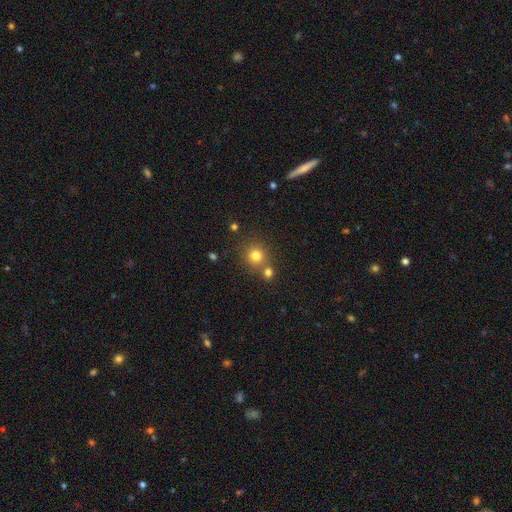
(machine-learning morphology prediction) smooth-or-featured: smooth: 78% | star or artifact: 14% | featured or disk: 7%
  how-rounded: round: 90% | in between: 9% | cigar-shaped: 1%
  merging: none: 68% | merger: 22% | minor disturbance: 8% | major disturbance: 3%